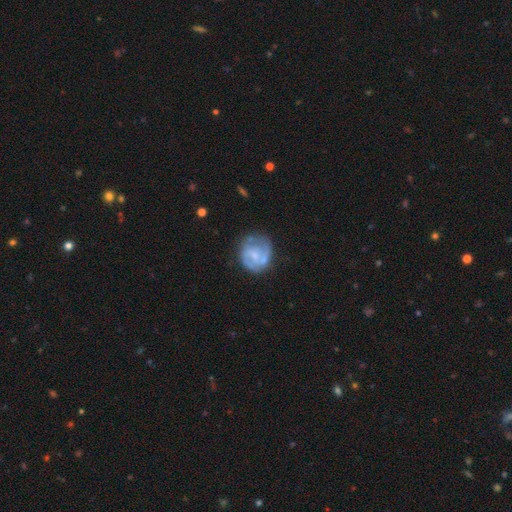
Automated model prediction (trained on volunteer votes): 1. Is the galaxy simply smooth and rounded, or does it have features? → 65% featured or disk, 29% smooth, 6% star or artifact.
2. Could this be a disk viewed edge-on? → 98% no, 2% yes.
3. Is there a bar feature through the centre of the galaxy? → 56% no, 38% weak, 7% strong.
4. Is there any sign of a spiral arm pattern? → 74% yes, 26% no.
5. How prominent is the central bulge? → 54% small, 28% moderate, 15% none, 2% large, 1% dominant.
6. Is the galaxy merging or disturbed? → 58% none, 24% minor disturbance, 13% major disturbance, 4% merger.